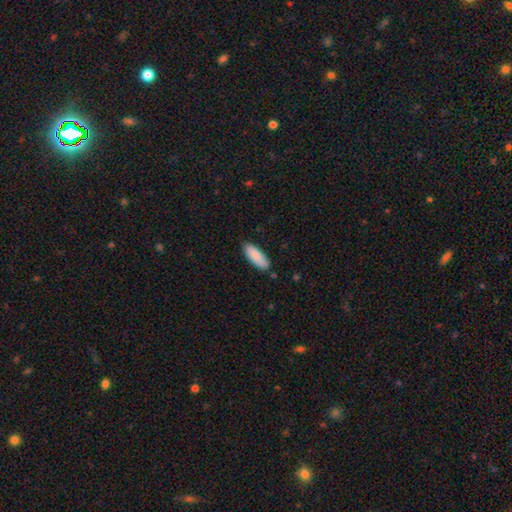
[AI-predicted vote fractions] Smooth or featured? Predicted: smooth (p=0.88). How rounded? Predicted: in between (p=0.73). Merging? Predicted: none (p=0.82).